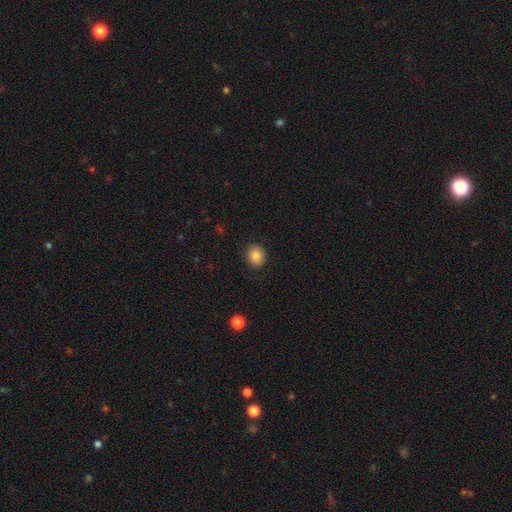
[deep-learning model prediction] Smooth or featured?
  - smooth: 85% *
  - star or artifact: 9%
  - featured or disk: 5%
How rounded?
  - round: 74% *
  - in between: 25%
  - cigar-shaped: 1%
Merging?
  - none: 89% *
  - minor disturbance: 8%
  - major disturbance: 2%
  - merger: 1%